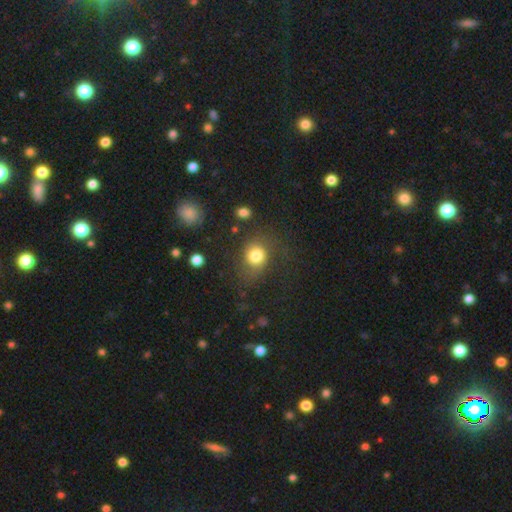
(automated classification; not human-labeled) Q: Smooth or featured?
A: smooth (77%); runner-up: featured or disk (12%)
Q: How rounded?
A: round (67%); runner-up: in between (32%)
Q: Merging?
A: none (61%); runner-up: minor disturbance (19%)